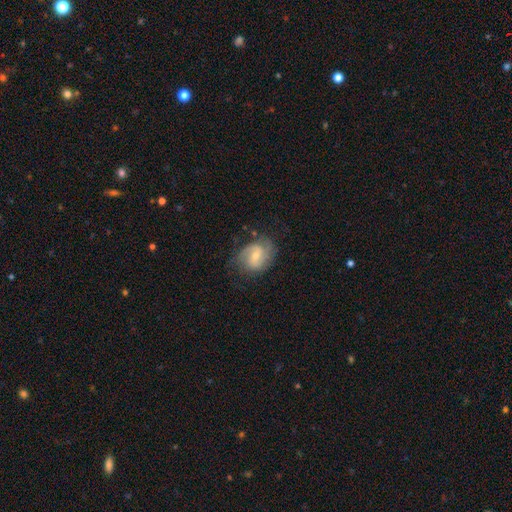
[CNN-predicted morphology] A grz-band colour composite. It shows a featured or disk galaxy (70%) with a weak bar (51%), 2 (71%) medium (47%) spiral arms (91%) and a small central bulge (54%). Merging: none (66%).